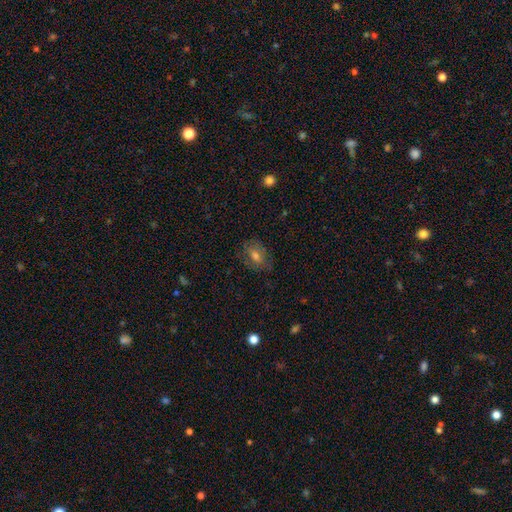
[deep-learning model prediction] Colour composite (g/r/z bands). It shows a smooth galaxy with no disk features (55%) that is in between round and cigar-shaped (69%). Merging: none (76%).